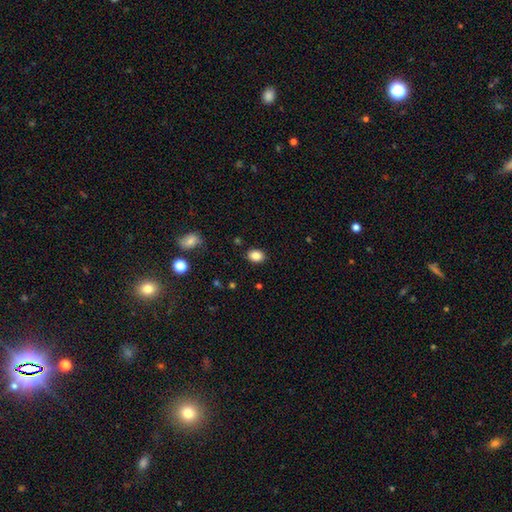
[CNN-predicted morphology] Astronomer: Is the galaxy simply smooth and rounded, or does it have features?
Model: smooth — 85%.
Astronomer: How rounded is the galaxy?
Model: in between — 65%.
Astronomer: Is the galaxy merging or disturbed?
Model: none — 86%.